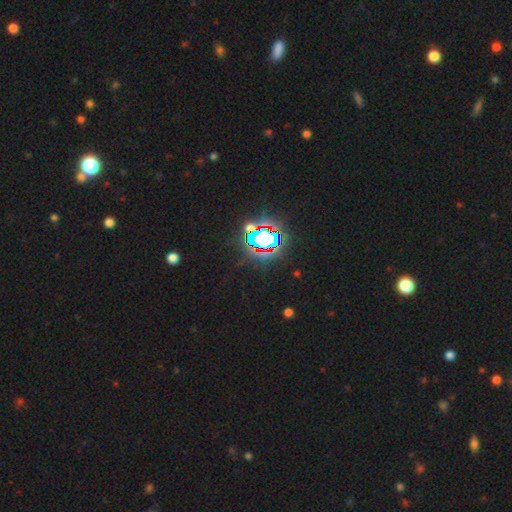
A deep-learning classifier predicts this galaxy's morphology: This appears to be a star or artifact, not a galaxy (84%).